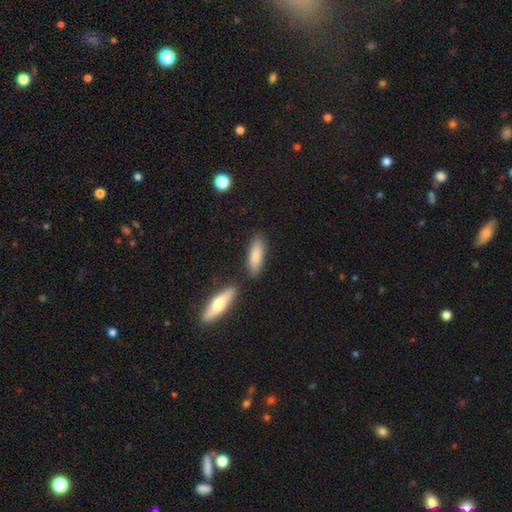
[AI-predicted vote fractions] A smooth galaxy with no disk features (82%) that is in between round and cigar-shaped (57%).

Vote fractions:
- Smooth or featured? smooth: 82% / featured or disk: 12% / star or artifact: 6%
- How rounded? in between: 57% / cigar-shaped: 41% / round: 2%
- Merging? none: 75% / minor disturbance: 12% / merger: 10% / major disturbance: 3%